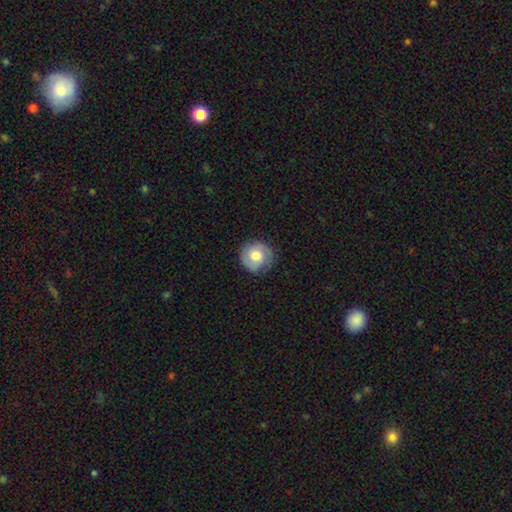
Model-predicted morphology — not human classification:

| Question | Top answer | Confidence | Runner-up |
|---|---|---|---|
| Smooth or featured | smooth | 50% | featured or disk (43%) |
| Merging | none | 83% | minor disturbance (12%) |